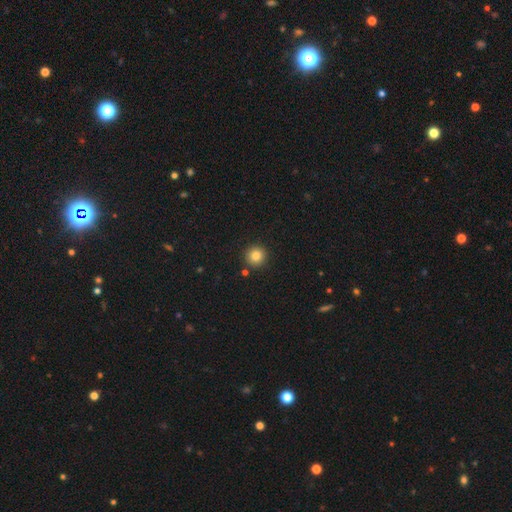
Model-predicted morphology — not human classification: Smooth or featured: smooth — 84% (star or artifact — 10%)
How rounded: round — 95% (in between — 4%)
Merging: none — 89% (minor disturbance — 6%)